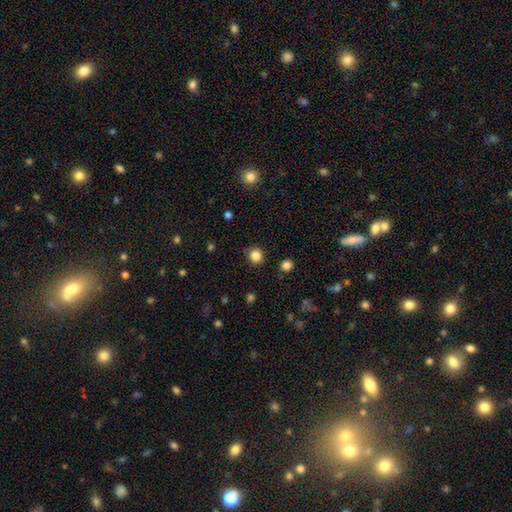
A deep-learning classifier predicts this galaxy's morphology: Smooth or featured?
  - smooth: 85% *
  - star or artifact: 12%
  - featured or disk: 4%
How rounded?
  - round: 87% *
  - in between: 12%
  - cigar-shaped: 1%
Merging?
  - none: 87% *
  - minor disturbance: 8%
  - major disturbance: 3%
  - merger: 2%